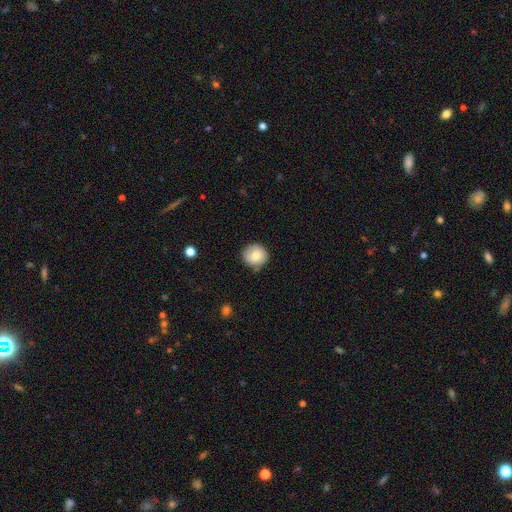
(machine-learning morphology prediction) smooth_or_featured: smooth (p=0.78) [alt: featured or disk p=0.15]
how_rounded: round (p=0.90) [alt: in between p=0.09]
merging: none (p=0.77) [alt: minor disturbance p=0.18]